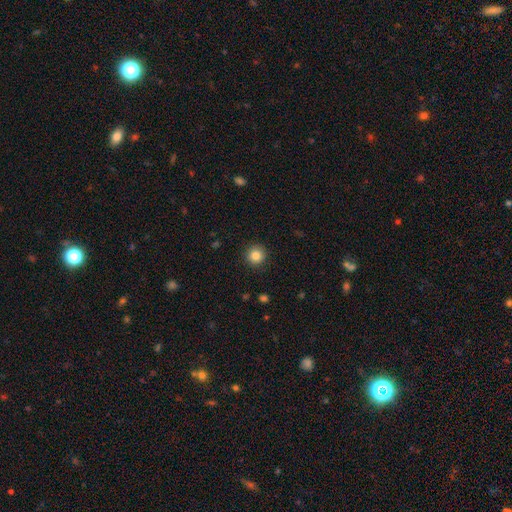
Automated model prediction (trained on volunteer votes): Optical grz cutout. It shows a smooth galaxy with no disk features (84%) that is round (94%). Merging: none (91%).